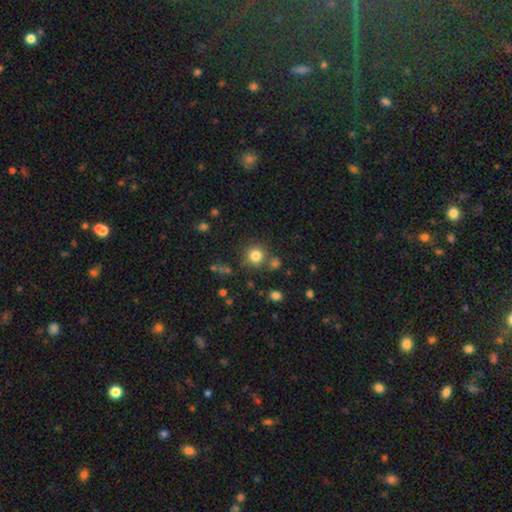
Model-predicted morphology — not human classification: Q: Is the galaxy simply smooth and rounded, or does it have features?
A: smooth — 81%.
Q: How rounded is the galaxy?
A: round — 93%.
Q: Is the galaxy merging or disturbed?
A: none — 81%.